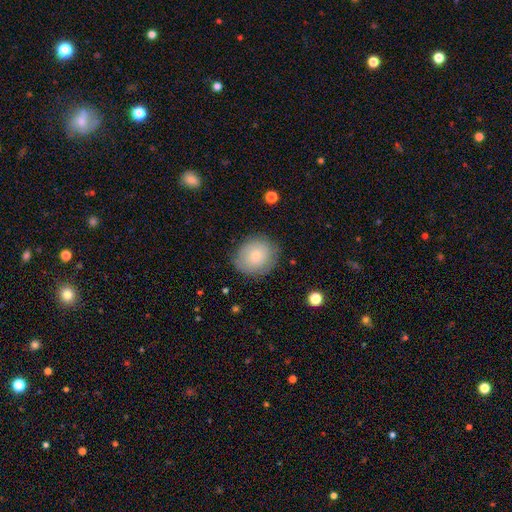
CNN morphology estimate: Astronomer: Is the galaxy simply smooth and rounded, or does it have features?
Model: smooth — 74%.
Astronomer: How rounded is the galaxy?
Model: round — 75%.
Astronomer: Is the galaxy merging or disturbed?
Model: none — 81%.